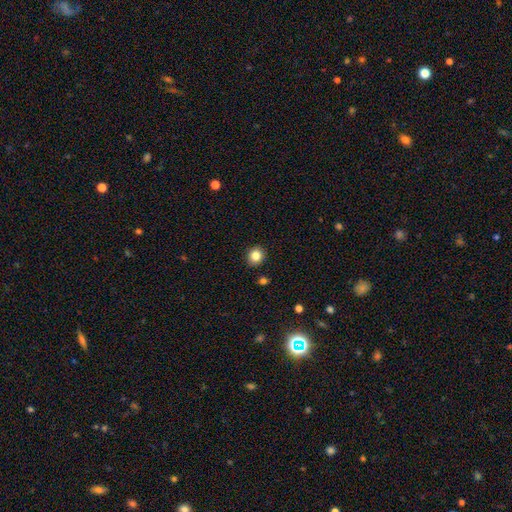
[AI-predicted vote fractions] smooth 83%, star or artifact 11%, featured or disk 6%. Down the decision tree: how rounded — round (77%); merging — none (90%).